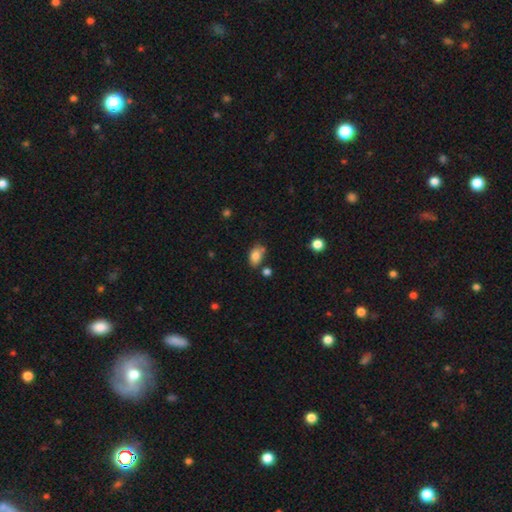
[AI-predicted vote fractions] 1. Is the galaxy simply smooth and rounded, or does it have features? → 84% smooth, 9% star or artifact, 7% featured or disk.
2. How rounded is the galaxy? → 87% in between, 11% round, 2% cigar-shaped.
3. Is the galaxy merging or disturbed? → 63% none, 21% minor disturbance, 11% merger, 5% major disturbance.